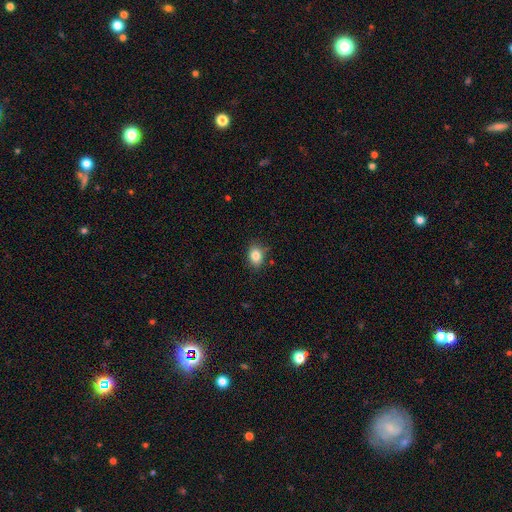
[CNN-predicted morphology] Smooth or featured? smooth (84%)
How rounded? in between (70%)
Merging? none (82%)